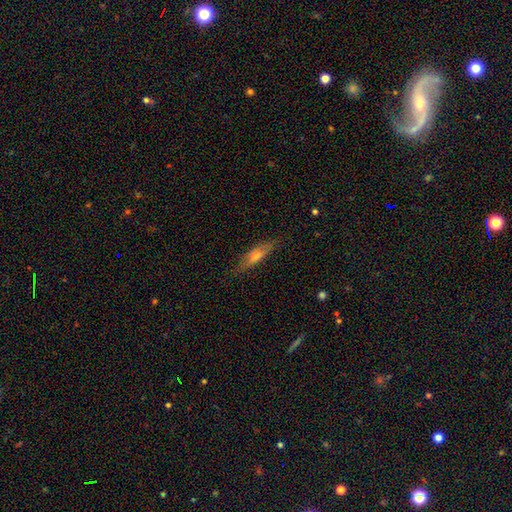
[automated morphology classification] A featured or disk galaxy (47%).

Vote fractions:
- Smooth or featured? featured or disk: 47% / smooth: 45% / star or artifact: 8%
- Merging? none: 81% / minor disturbance: 14% / major disturbance: 3% / merger: 1%